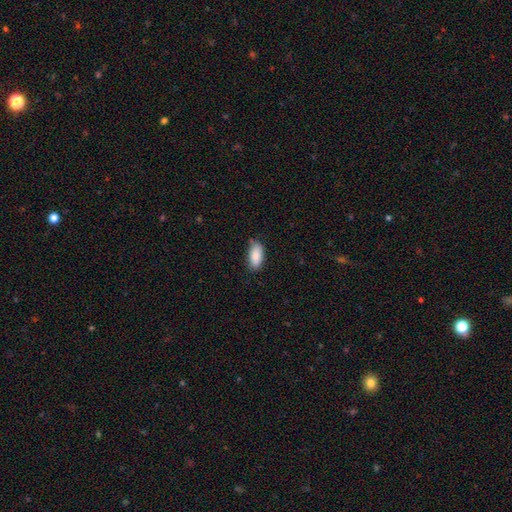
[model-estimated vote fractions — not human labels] This appears to be a smooth galaxy with no disk features (87%) that is in between round and cigar-shaped (88%). Merging: none (77%).